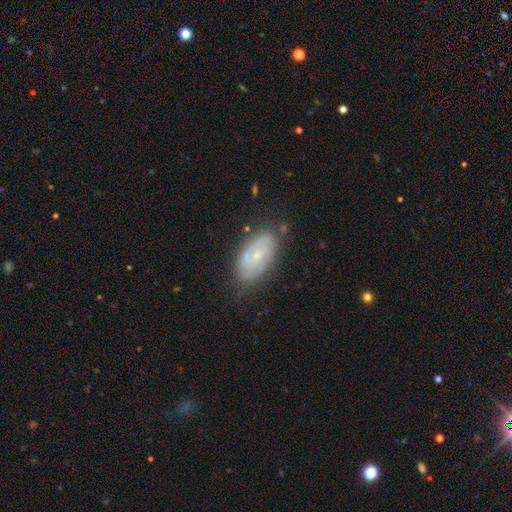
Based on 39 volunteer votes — Smooth or featured: featured or disk — 67% (smooth — 28%)
Edge-on disk: no — 100%
Bar: weak — 46% (tied with no — 46%)
Spiral arms: yes — 85% (no — 15%)
Spiral winding: tight — 50% (tied with medium — 50%)
Spiral arm count: 2 — 41% (can't tell — 32%)
Bulge size: small — 69% (moderate — 31%)
Merging: none — 70% (minor disturbance — 19%)